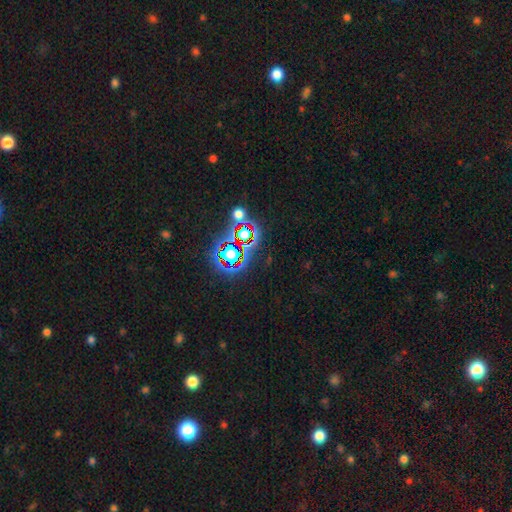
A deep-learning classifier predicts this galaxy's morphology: smooth_or_featured: star or artifact (p=0.78) [alt: smooth p=0.14]